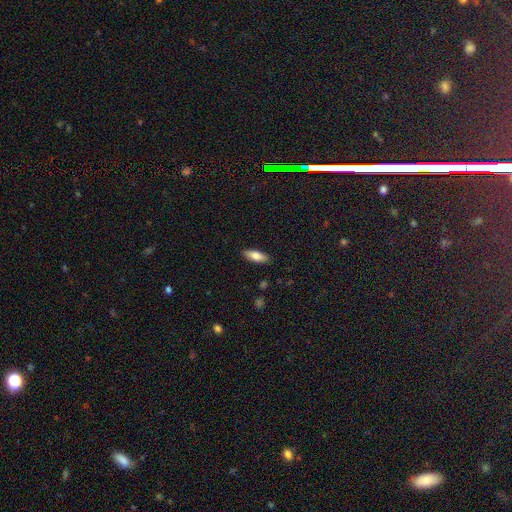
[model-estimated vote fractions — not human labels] Q: Smooth or featured?
A: smooth (77%); runner-up: featured or disk (16%)
Q: How rounded?
A: in between (67%); runner-up: cigar-shaped (31%)
Q: Merging?
A: none (89%); runner-up: minor disturbance (8%)